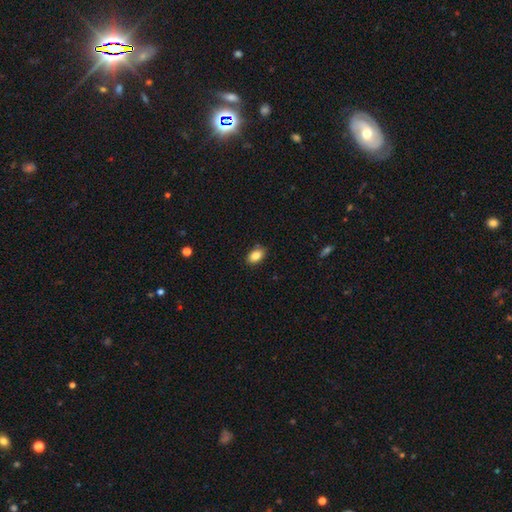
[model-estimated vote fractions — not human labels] This is clearly a smooth galaxy (86%). How rounded: clearly in between (89%). Merging: clearly none (85%).